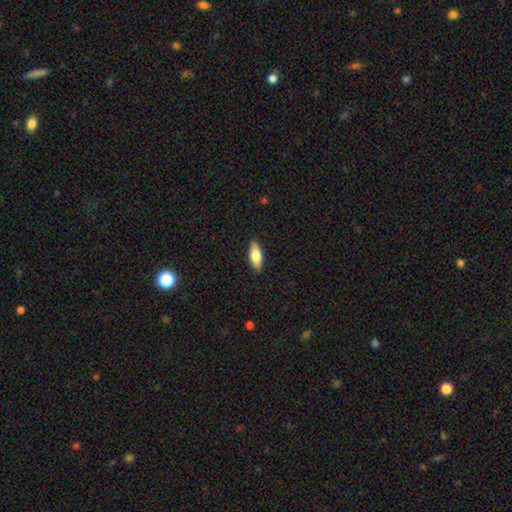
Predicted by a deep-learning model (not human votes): A smooth galaxy with no disk features (71%) that is in between round and cigar-shaped (75%). Merging: none (89%).